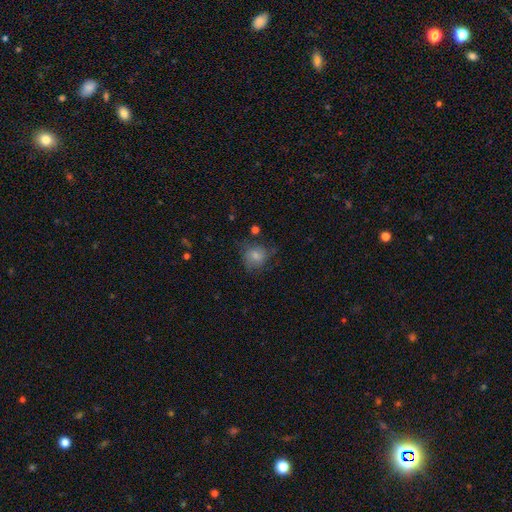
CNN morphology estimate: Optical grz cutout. It shows a smooth galaxy with no disk features (70%) that is round (74%). Merging: none (56%).